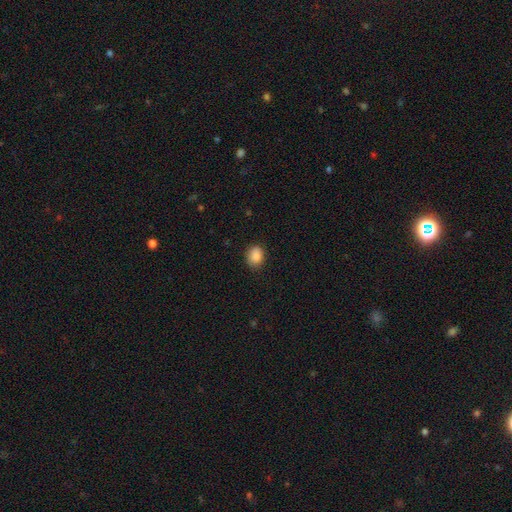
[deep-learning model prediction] Overall: smooth (88%). How rounded: in between (52%; round 47%). Merging: none (84%).